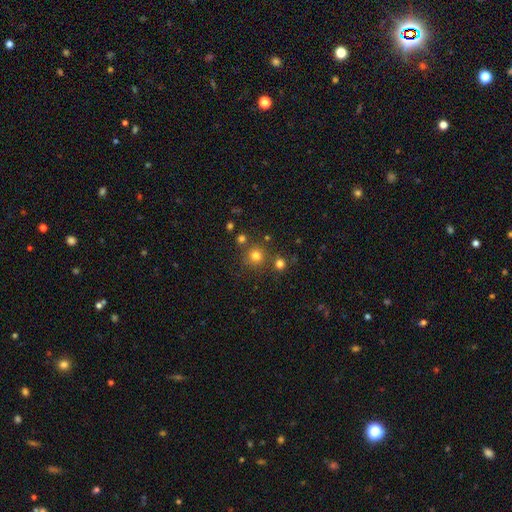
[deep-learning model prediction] A smooth galaxy with no disk features (76%) that is round (92%).

Vote fractions:
- Smooth or featured? smooth: 76% / star or artifact: 17% / featured or disk: 7%
- How rounded? round: 92% / in between: 7% / cigar-shaped: 1%
- Merging? none: 76% / merger: 12% / minor disturbance: 9% / major disturbance: 4%